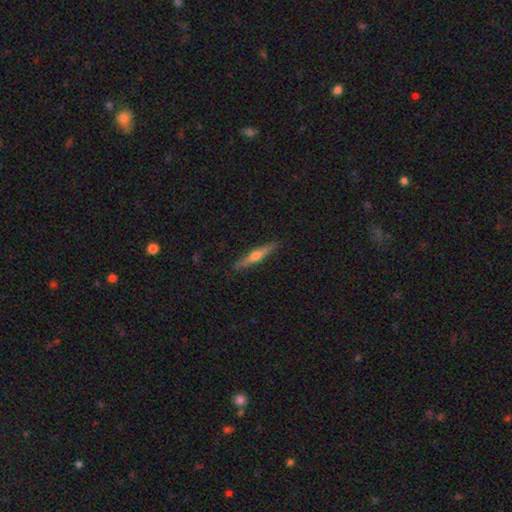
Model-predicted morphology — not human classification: Overall: featured or disk (61%; smooth 33%). Edge-on disk: yes (97%). Edge-on bulge: rounded (92%). Merging: none (90%).